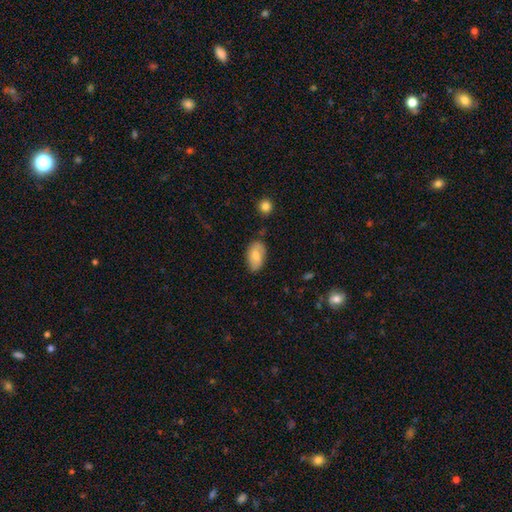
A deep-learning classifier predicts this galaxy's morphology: type=smooth (68%); roundness=in between (93%); merging=none (75%).